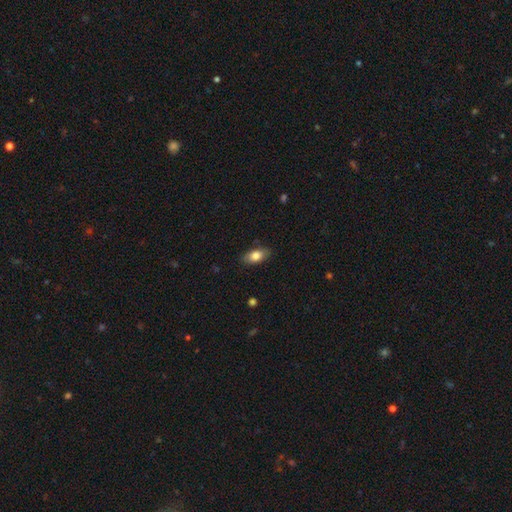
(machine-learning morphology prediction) A smooth galaxy with no disk features (81%) that is in between round and cigar-shaped (89%).

Vote fractions:
- Smooth or featured? smooth: 81% / featured or disk: 12% / star or artifact: 7%
- How rounded? in between: 89% / cigar-shaped: 6% / round: 5%
- Merging? none: 84% / minor disturbance: 12% / major disturbance: 3% / merger: 1%